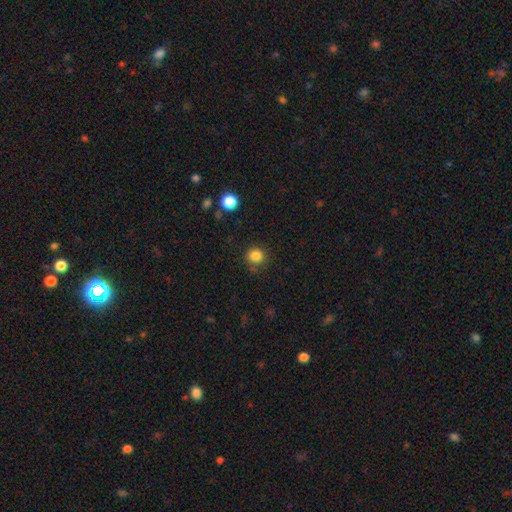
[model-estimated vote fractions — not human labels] A smooth galaxy with no disk features (84%) that is round (91%).

Vote fractions:
- Smooth or featured? smooth: 84% / star or artifact: 12% / featured or disk: 4%
- How rounded? round: 91% / in between: 8% / cigar-shaped: 1%
- Merging? none: 85% / minor disturbance: 9% / major disturbance: 3% / merger: 3%